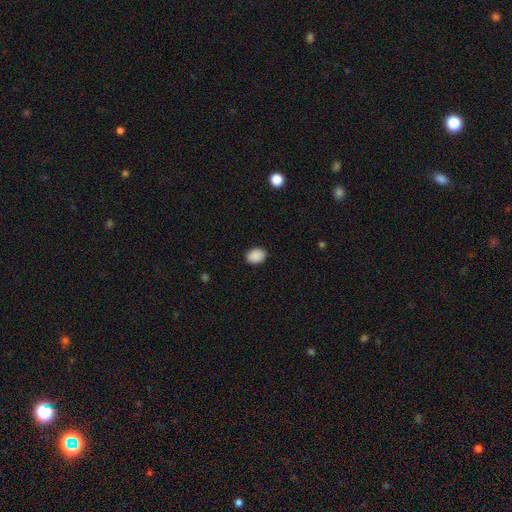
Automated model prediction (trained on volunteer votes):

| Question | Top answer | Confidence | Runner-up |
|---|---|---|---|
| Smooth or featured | smooth | 90% | star or artifact (8%) |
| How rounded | in between | 66% | round (33%) |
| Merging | none | 89% | minor disturbance (8%) |